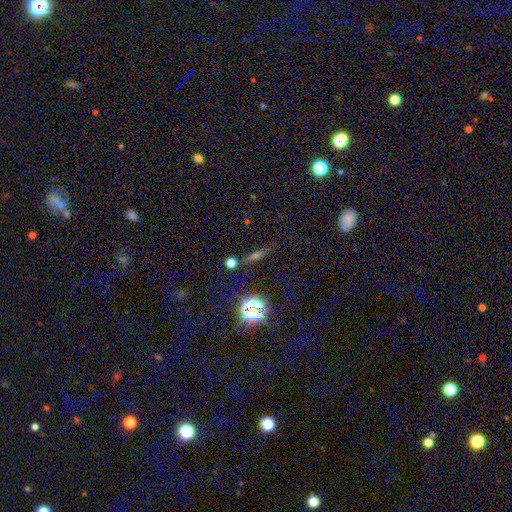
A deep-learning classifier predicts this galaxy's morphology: Smooth or featured? featured or disk (34%)
Merging? none (82%)